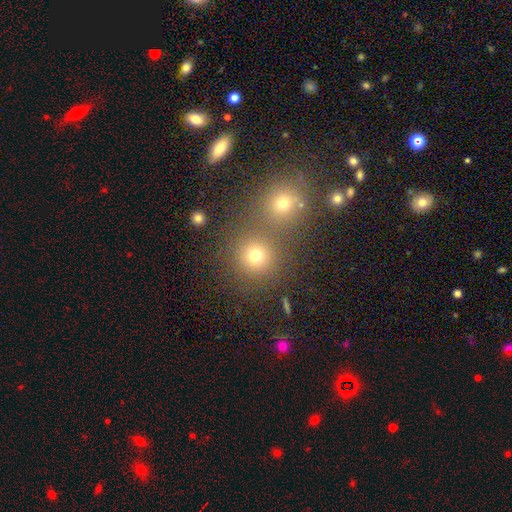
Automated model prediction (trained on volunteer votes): Smooth or featured? smooth (74%)
How rounded? round (90%)
Merging? none (68%)